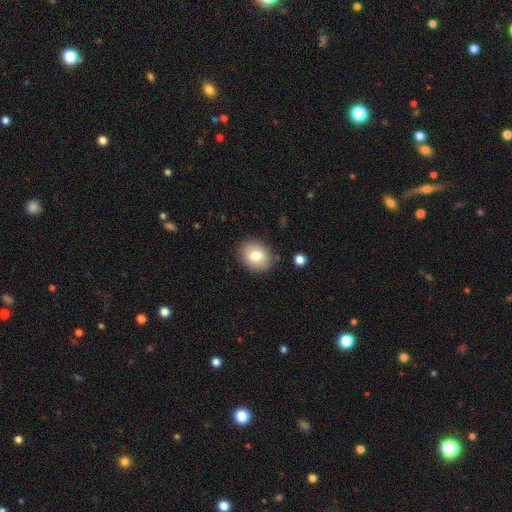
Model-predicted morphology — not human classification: smooth-or-featured: smooth: 78% | featured or disk: 13% | star or artifact: 9%
  how-rounded: round: 53% | in between: 46% | cigar-shaped: 1%
  merging: none: 87% | minor disturbance: 9% | major disturbance: 3% | merger: 2%